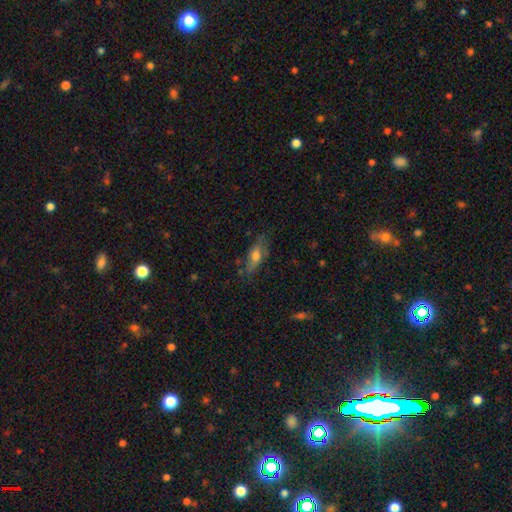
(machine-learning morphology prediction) Smooth or featured: smooth — 58% (featured or disk — 33%)
How rounded: in between — 66% (cigar-shaped — 30%)
Merging: none — 67% (minor disturbance — 23%)